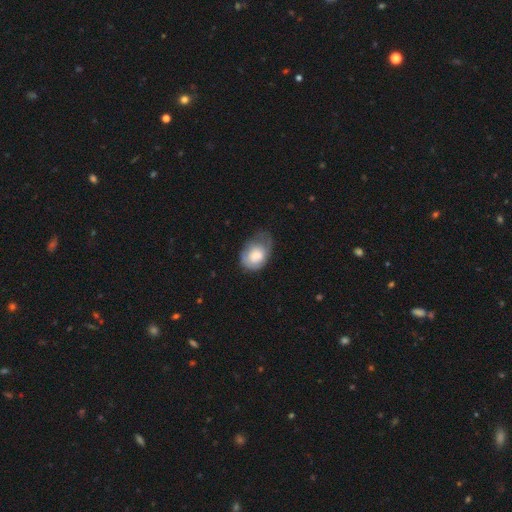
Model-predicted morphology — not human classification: Overall: smooth (62%; featured or disk 31%). How rounded: in between (71%). Merging: minor disturbance (39%; none 35%).